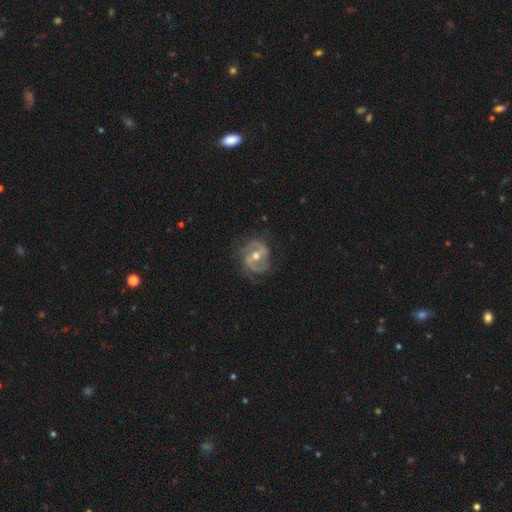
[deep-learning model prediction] Smooth or featured: featured or disk — 81% (smooth — 13%)
Edge-on disk: no — 97% (yes — 3%)
Bar: weak — 42% (no — 29%)
Spiral arms: yes — 87% (no — 13%)
Spiral winding: medium — 47% (tight — 28%)
Spiral arm count: 2 — 80% (can't tell — 9%)
Bulge size: moderate — 77% (small — 16%)
Merging: none — 71% (minor disturbance — 19%)